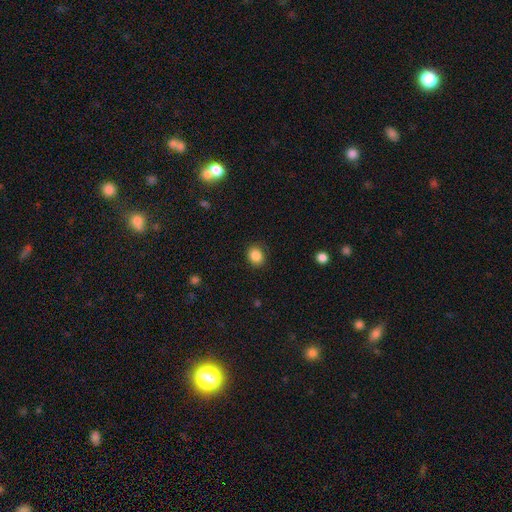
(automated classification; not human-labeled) This is clearly a smooth galaxy (86%). How rounded: likely round (60%). Merging: clearly none (88%).